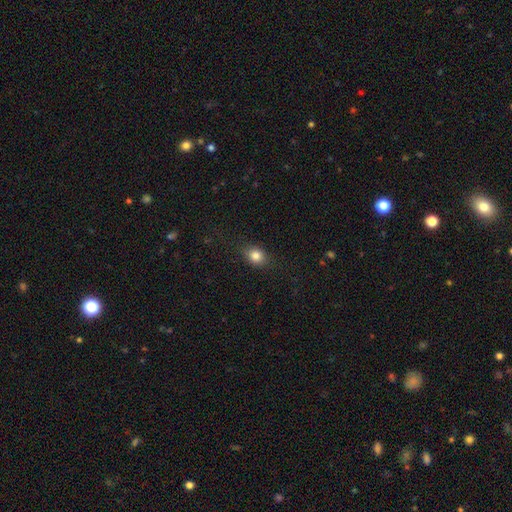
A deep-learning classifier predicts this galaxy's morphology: A smooth galaxy with no disk features (83%) that is round (51%). Merging: none (82%).